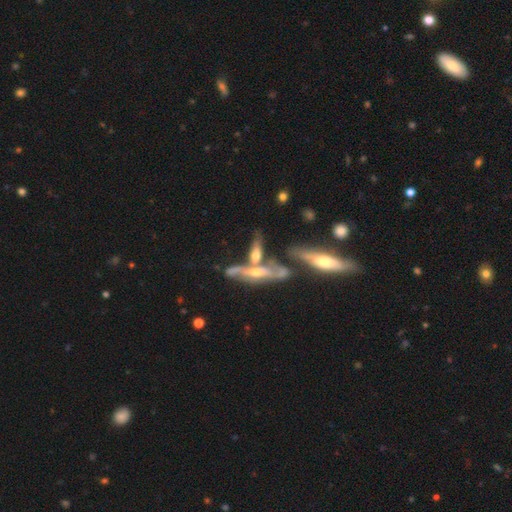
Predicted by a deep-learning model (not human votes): Q: Smooth or featured?
A: featured or disk (63%); runner-up: smooth (29%)
Q: Edge-on disk?
A: yes (61%); runner-up: no (39%)
Q: Merging?
A: merger (54%); runner-up: none (27%)